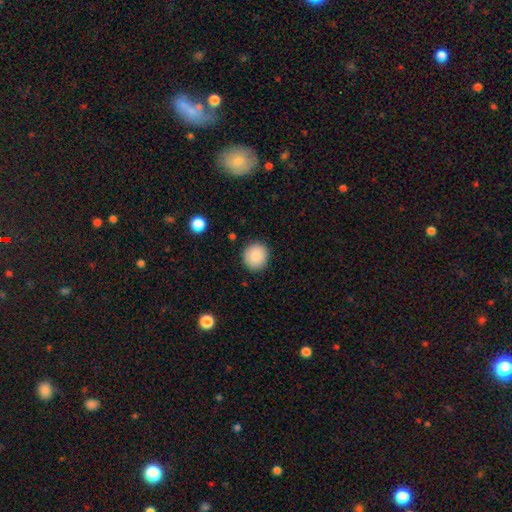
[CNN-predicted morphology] A smooth galaxy with no disk features (89%) that is round (90%). Merging: none (90%).